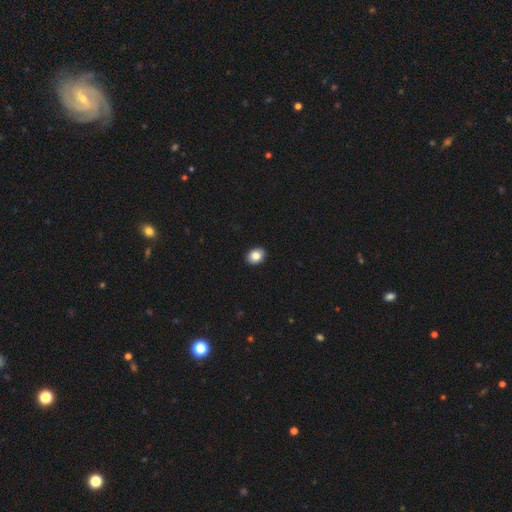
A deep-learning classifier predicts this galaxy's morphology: type=smooth (84%); roundness=in between (68%); merging=none (92%).